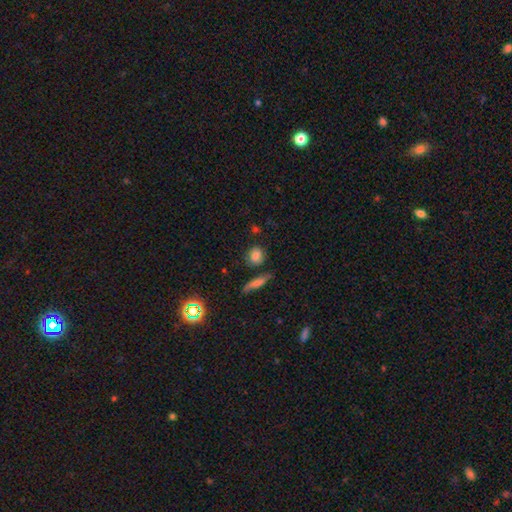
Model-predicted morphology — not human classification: A smooth galaxy with no disk features (79%) that is round (65%).

Vote fractions:
- Smooth or featured? smooth: 79% / star or artifact: 12% / featured or disk: 9%
- How rounded? round: 65% / in between: 30% / cigar-shaped: 4%
- Merging? none: 77% / minor disturbance: 14% / merger: 6% / major disturbance: 4%